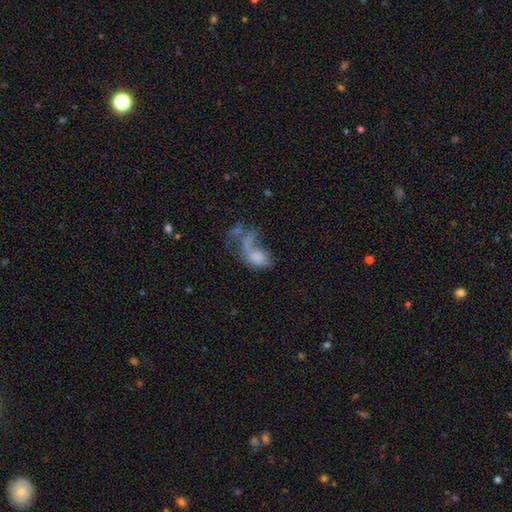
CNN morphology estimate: smooth_or_featured: smooth (p=0.55) [alt: featured or disk p=0.32]
how_rounded: in between (p=0.85) [alt: round p=0.12]
merging: major disturbance (p=0.40) [alt: merger p=0.33]